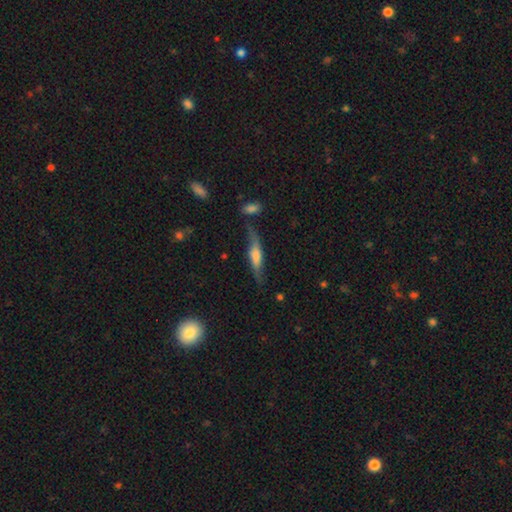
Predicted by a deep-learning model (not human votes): Overall: featured or disk (58%; smooth 34%). Edge-on disk: yes (76%). Merging: none (62%; minor disturbance 24%).